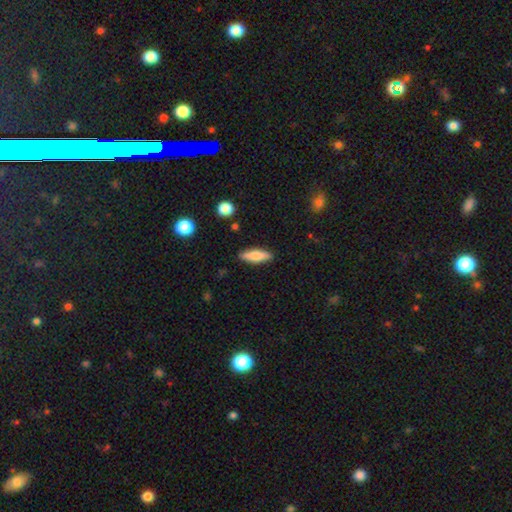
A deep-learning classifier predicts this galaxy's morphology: The model was most divided on "how rounded": cigar-shaped: 56%, in between: 42%, round: 2%. More confident: merging — none (88%); smooth or featured — smooth (73%).